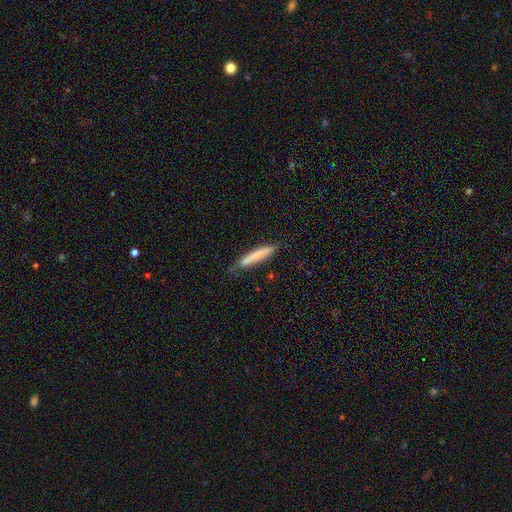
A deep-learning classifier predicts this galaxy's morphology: A smooth galaxy with no disk features (74%) that is cigar-shaped (93%). Merging: none (69%).